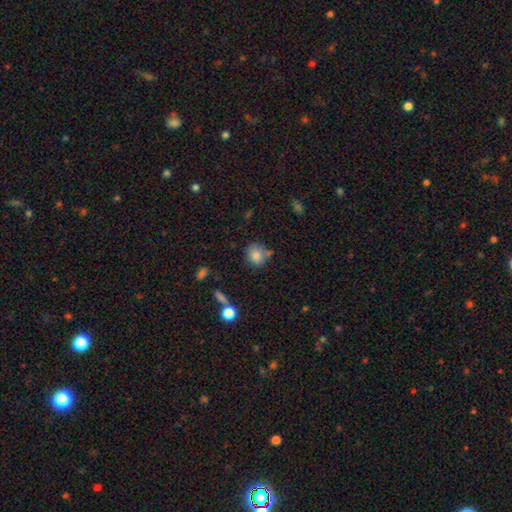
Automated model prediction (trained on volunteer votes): This appears to be a smooth galaxy with no disk features (81%) that is round (77%). Merging: none (68%).